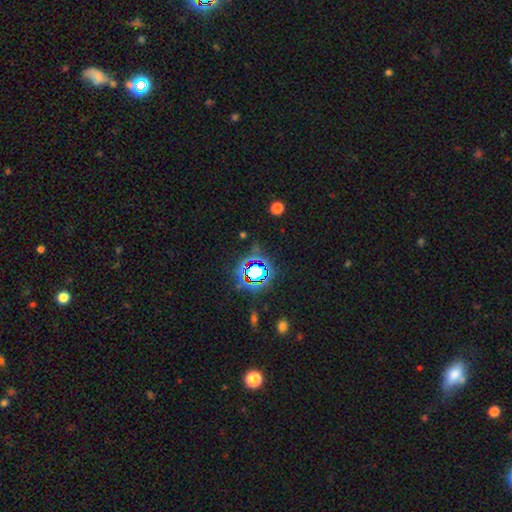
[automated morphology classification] smooth-or-featured: star or artifact: 78% | smooth: 13% | featured or disk: 8%